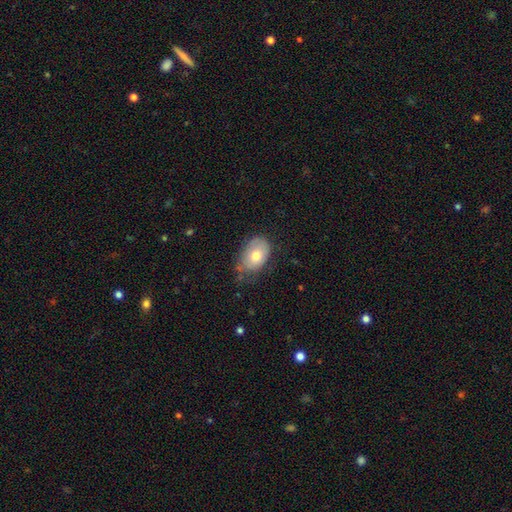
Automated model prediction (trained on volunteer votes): smooth-or-featured: smooth: 70% | featured or disk: 22% | star or artifact: 7%
  how-rounded: in between: 85% | round: 14% | cigar-shaped: 1%
  merging: none: 55% | minor disturbance: 33% | major disturbance: 9% | merger: 3%